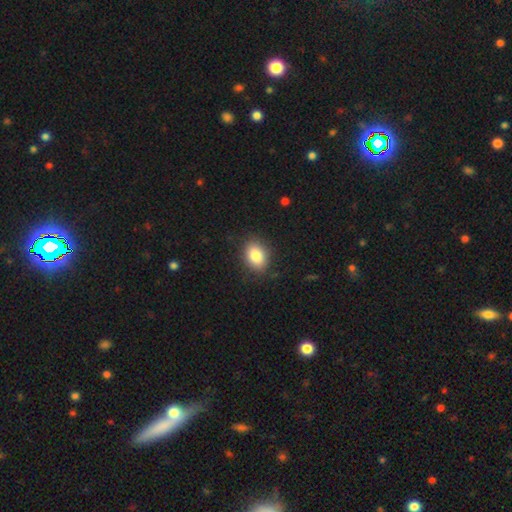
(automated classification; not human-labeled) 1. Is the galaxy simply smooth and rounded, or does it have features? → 84% smooth, 8% star or artifact, 8% featured or disk.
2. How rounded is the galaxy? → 73% in between, 26% round, 1% cigar-shaped.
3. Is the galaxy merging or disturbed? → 85% none, 11% minor disturbance, 3% major disturbance, 1% merger.